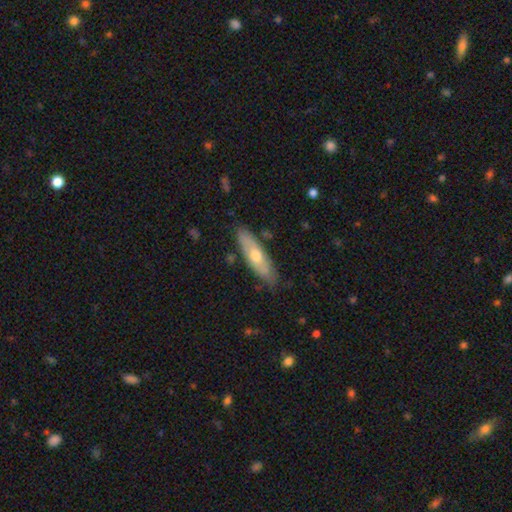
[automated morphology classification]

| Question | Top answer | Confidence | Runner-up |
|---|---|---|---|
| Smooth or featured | smooth | 51% | featured or disk (43%) |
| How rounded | cigar-shaped | 59% | in between (38%) |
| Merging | none | 83% | minor disturbance (13%) |